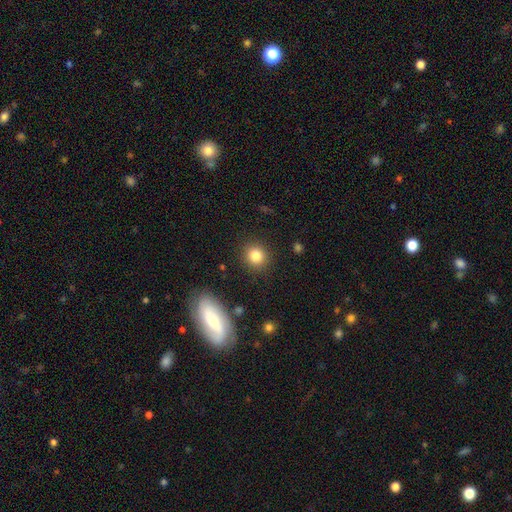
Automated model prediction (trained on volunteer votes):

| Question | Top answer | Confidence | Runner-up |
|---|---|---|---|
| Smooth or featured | smooth | 82% | star or artifact (11%) |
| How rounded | round | 87% | in between (12%) |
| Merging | none | 89% | minor disturbance (7%) |